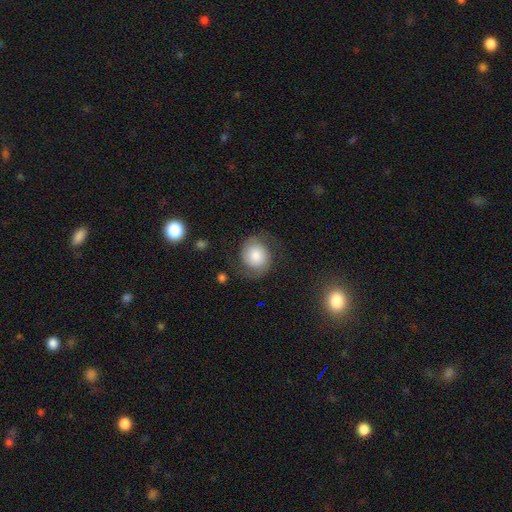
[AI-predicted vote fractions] smooth-or-featured: featured or disk: 58% | smooth: 33% | star or artifact: 9%
  disk-edge-on: no: 98% | yes: 2%
    bar: no: 75% | weak: 20% | strong: 4%
    has-spiral-arms: yes: 92% | no: 8%
      spiral-winding: medium: 45% | tight: 28% | loose: 28%
      spiral-arm-count: 2: 91% | can't tell: 4% | 1: 2% | 3: 1% | 4: 1% | more than 4: 1%
    bulge-size: moderate: 38% | large: 24% | small: 22% | dominant: 10% | none: 5%
  merging: none: 72% | minor disturbance: 16% | major disturbance: 10% | merger: 2%